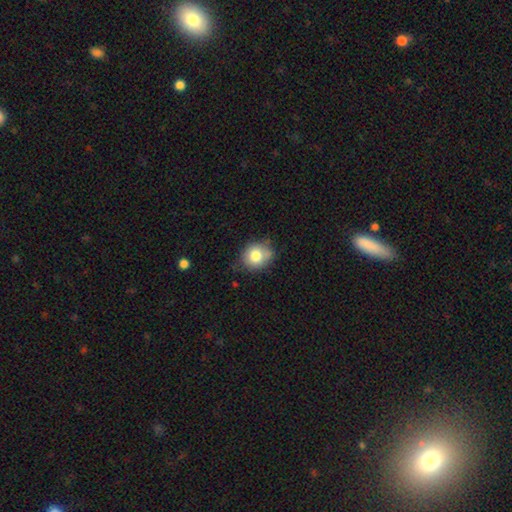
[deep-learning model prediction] A smooth galaxy with no disk features (78%) that is round (75%).

Vote fractions:
- Smooth or featured? smooth: 78% / featured or disk: 12% / star or artifact: 10%
- How rounded? round: 75% / in between: 24% / cigar-shaped: 1%
- Merging? none: 68% / minor disturbance: 22% / merger: 5% / major disturbance: 5%